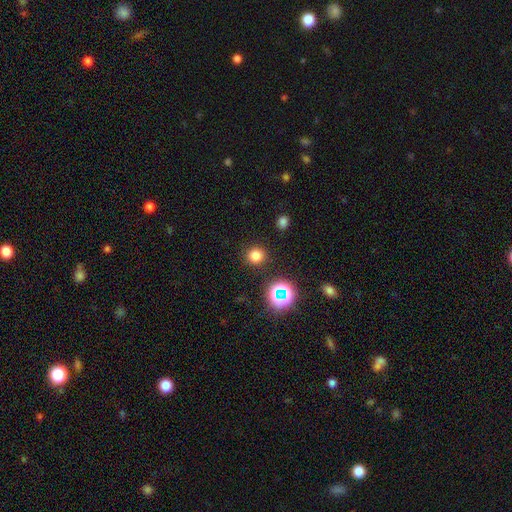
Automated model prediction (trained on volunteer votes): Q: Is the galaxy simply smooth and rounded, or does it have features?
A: smooth — 75%.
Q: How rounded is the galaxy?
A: round — 92%.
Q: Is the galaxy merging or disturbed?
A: none — 90%.